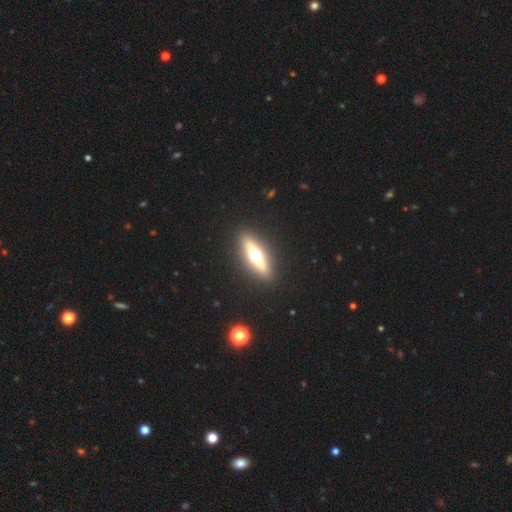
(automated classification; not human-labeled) Morphology: type=featured or disk (69%); edge-on=yes (94%); edge-on bulge=rounded (96%); merging=none (91%).